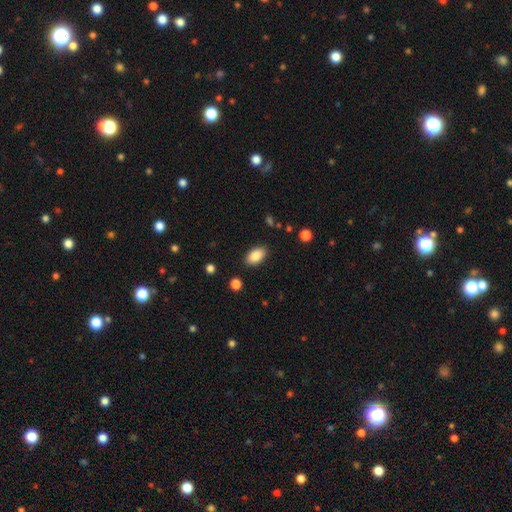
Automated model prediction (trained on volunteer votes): Q: Smooth or featured?
A: smooth (87%); runner-up: star or artifact (7%)
Q: How rounded?
A: in between (93%); runner-up: round (5%)
Q: Merging?
A: none (87%); runner-up: minor disturbance (9%)